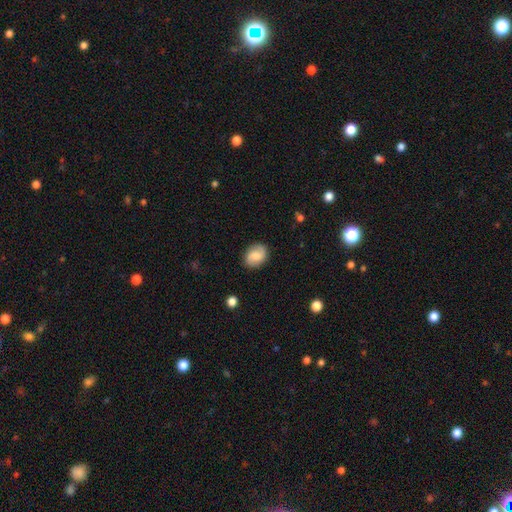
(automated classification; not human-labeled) The model was most divided on "how rounded": in between: 60%, round: 39%, cigar-shaped: 1%. More confident: merging — none (83%); smooth or featured — smooth (58%).